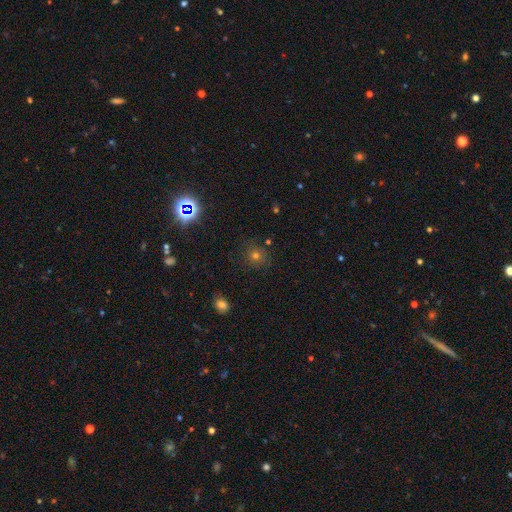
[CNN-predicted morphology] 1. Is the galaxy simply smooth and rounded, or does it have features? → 60% smooth, 31% star or artifact, 9% featured or disk.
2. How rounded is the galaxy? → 90% round, 9% in between, 1% cigar-shaped.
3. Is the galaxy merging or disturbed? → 85% none, 9% minor disturbance, 3% major disturbance, 2% merger.